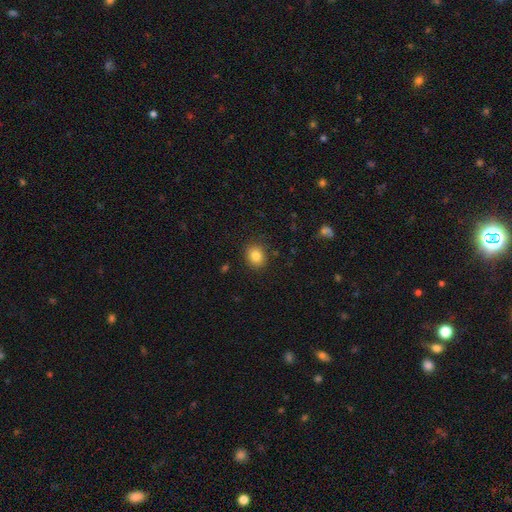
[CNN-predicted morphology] This appears to be a smooth galaxy with no disk features (84%) that is round (59%). Merging: none (87%).